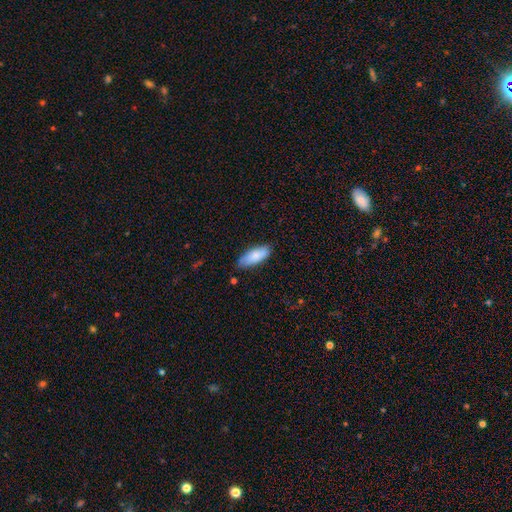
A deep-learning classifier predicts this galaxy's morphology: This is clearly a smooth galaxy (84%). How rounded: likely in between (76%). Merging: likely none (79%).